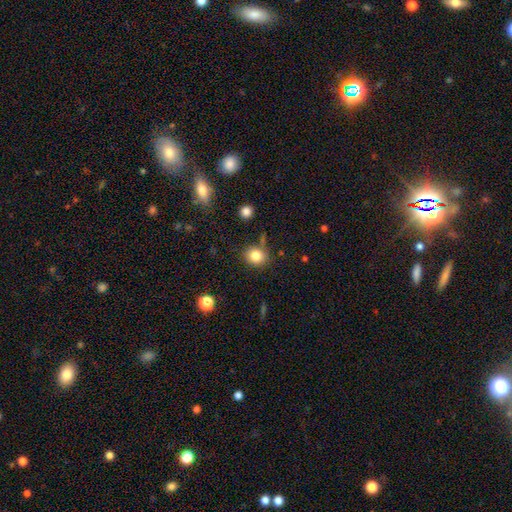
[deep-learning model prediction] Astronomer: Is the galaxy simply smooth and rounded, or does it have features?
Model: smooth — 82%.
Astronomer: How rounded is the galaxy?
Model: round — 73%.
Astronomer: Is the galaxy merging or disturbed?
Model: none — 80%.